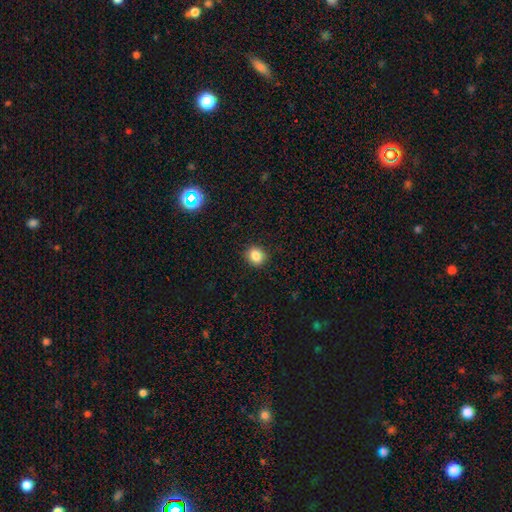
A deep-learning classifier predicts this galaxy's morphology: Smooth or featured?
  - smooth: 84% *
  - star or artifact: 11%
  - featured or disk: 5%
How rounded?
  - round: 77% *
  - in between: 22%
  - cigar-shaped: 1%
Merging?
  - none: 89% *
  - minor disturbance: 8%
  - major disturbance: 2%
  - merger: 1%